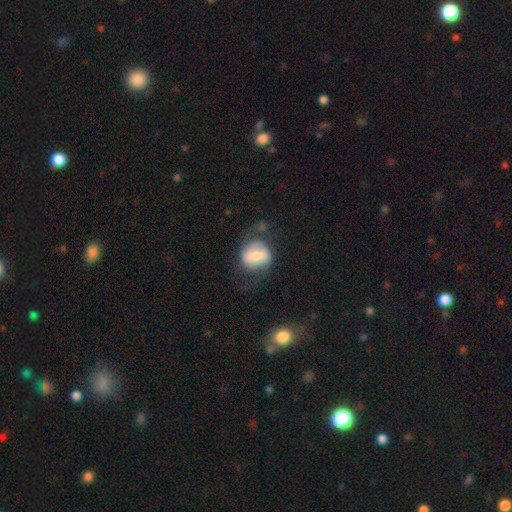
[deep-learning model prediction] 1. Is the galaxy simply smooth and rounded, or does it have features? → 54% featured or disk, 39% smooth, 7% star or artifact.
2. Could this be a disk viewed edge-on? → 96% no, 4% yes.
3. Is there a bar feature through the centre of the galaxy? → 40% strong, 38% weak, 22% no.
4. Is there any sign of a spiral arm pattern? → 76% yes, 24% no.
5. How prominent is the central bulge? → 42% moderate, 34% small, 14% large, 6% none, 4% dominant.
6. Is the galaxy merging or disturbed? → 53% none, 23% major disturbance, 21% minor disturbance, 4% merger.